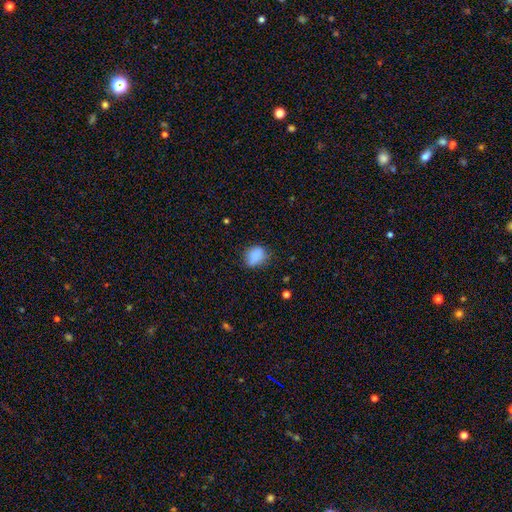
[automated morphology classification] type=smooth (84%); roundness=in between (57%); merging=none (65%).